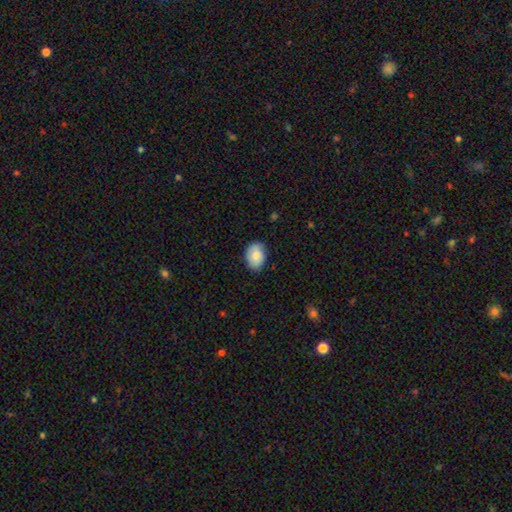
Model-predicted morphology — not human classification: The model was most divided on "how rounded": in between: 81%, round: 18%, cigar-shaped: 1%. More confident: smooth or featured — smooth (84%); merging — none (80%).